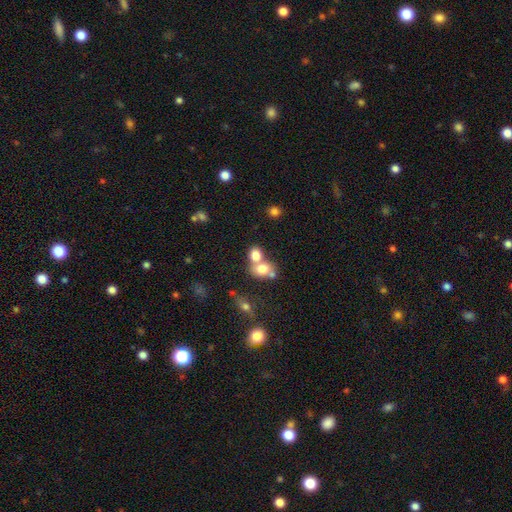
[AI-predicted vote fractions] Smooth or featured? Predicted: smooth (p=0.75). How rounded? Predicted: round (p=0.50). Merging? Predicted: merger (p=0.59).